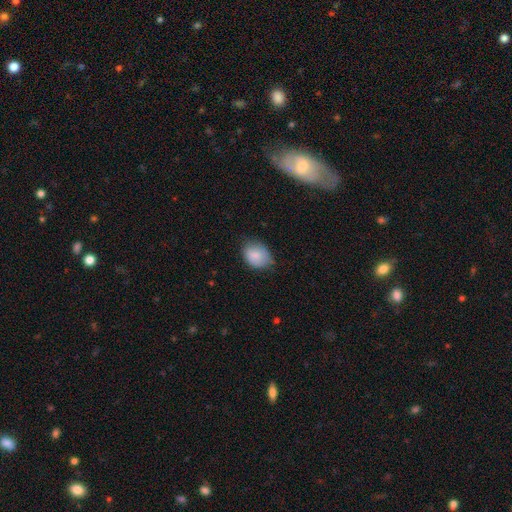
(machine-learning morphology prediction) A smooth galaxy with no disk features (82%) that is in between round and cigar-shaped (62%).

Vote fractions:
- Smooth or featured? smooth: 82% / featured or disk: 10% / star or artifact: 7%
- How rounded? in between: 62% / round: 37% / cigar-shaped: 1%
- Merging? none: 64% / minor disturbance: 29% / major disturbance: 6% / merger: 1%